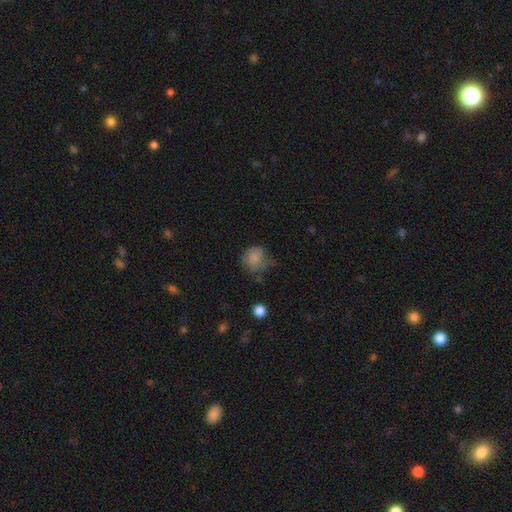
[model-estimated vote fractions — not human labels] Smooth or featured? smooth (72%)
How rounded? round (78%)
Merging? none (55%)